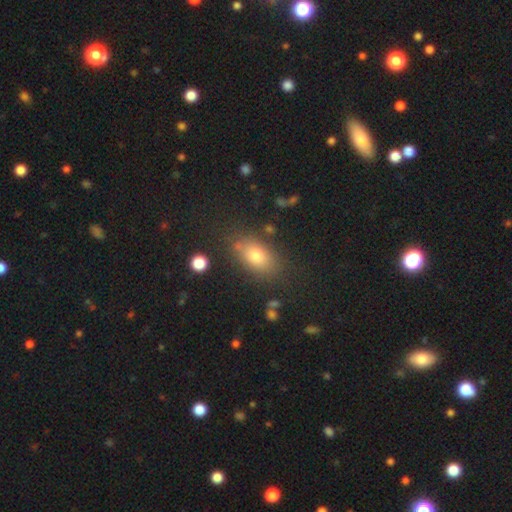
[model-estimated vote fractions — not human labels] smooth-or-featured: smooth: 76% | featured or disk: 12% | star or artifact: 12%
  how-rounded: in between: 83% | round: 14% | cigar-shaped: 4%
  merging: none: 78% | minor disturbance: 13% | merger: 5% | major disturbance: 4%